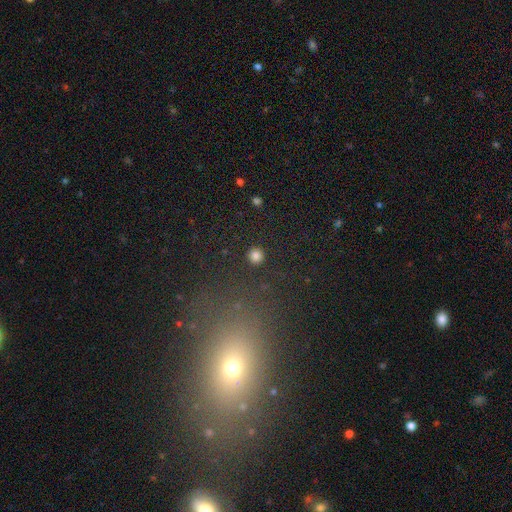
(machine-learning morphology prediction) A smooth galaxy with no disk features (83%) that is round (95%). Merging: none (92%).